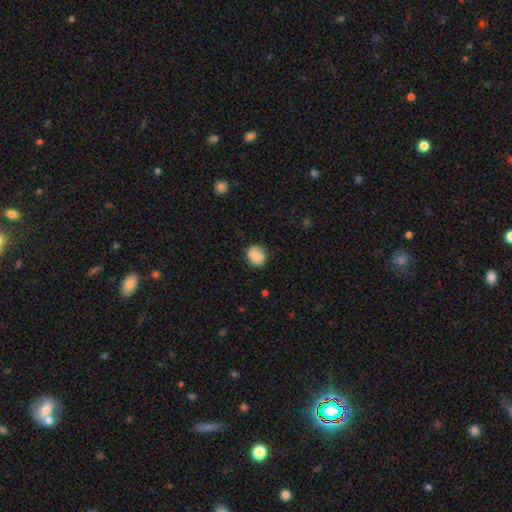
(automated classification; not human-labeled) smooth-or-featured: smooth: 84% | featured or disk: 8% | star or artifact: 8%
  how-rounded: round: 71% | in between: 28% | cigar-shaped: 1%
  merging: none: 79% | minor disturbance: 16% | major disturbance: 4% | merger: 2%